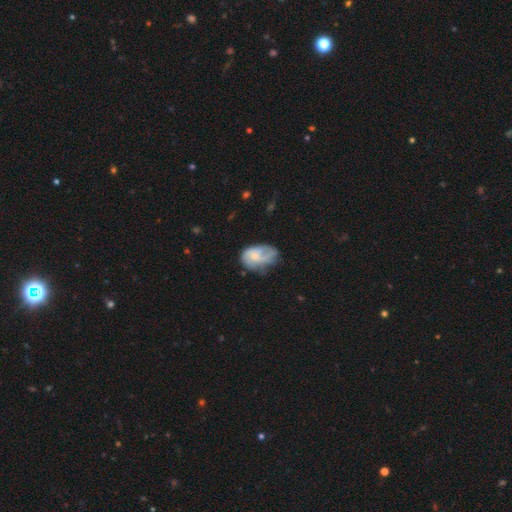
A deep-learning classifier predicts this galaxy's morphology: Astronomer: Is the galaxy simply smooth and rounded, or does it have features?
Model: featured or disk — 50% (runner-up: smooth, 43%).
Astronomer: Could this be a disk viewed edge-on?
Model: no — 97%.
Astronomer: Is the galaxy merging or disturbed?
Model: none — 38% (runner-up: minor disturbance, 34%).